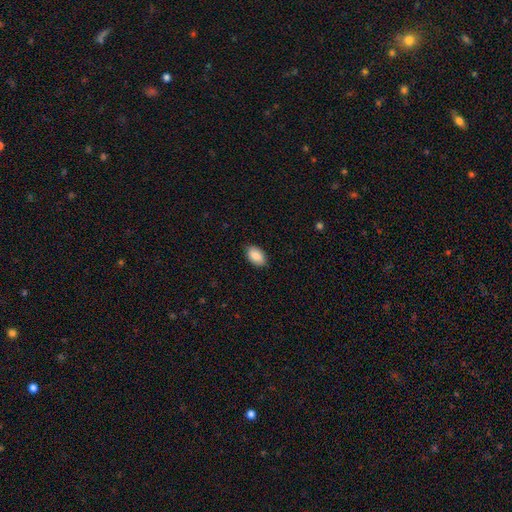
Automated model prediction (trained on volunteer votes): Smooth or featured?
  - smooth: 87% *
  - star or artifact: 7%
  - featured or disk: 7%
How rounded?
  - in between: 92% *
  - round: 6%
  - cigar-shaped: 1%
Merging?
  - none: 87% *
  - minor disturbance: 10%
  - major disturbance: 2%
  - merger: 1%